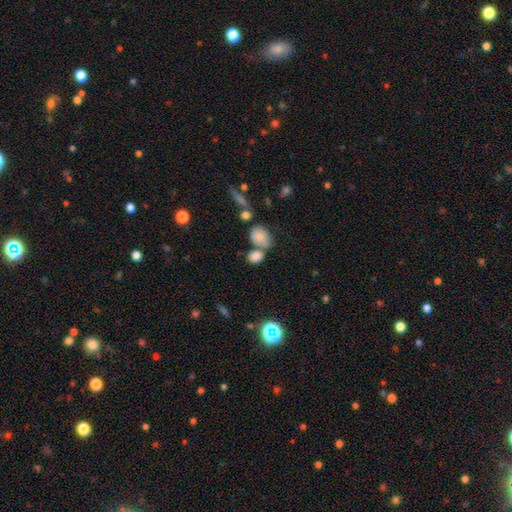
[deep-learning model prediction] A smooth galaxy with no disk features (80%) that is in between round and cigar-shaped (62%).

Vote fractions:
- Smooth or featured? smooth: 80% / star or artifact: 11% / featured or disk: 8%
- How rounded? in between: 62% / round: 36% / cigar-shaped: 2%
- Merging? none: 45% / merger: 39% / minor disturbance: 11% / major disturbance: 4%